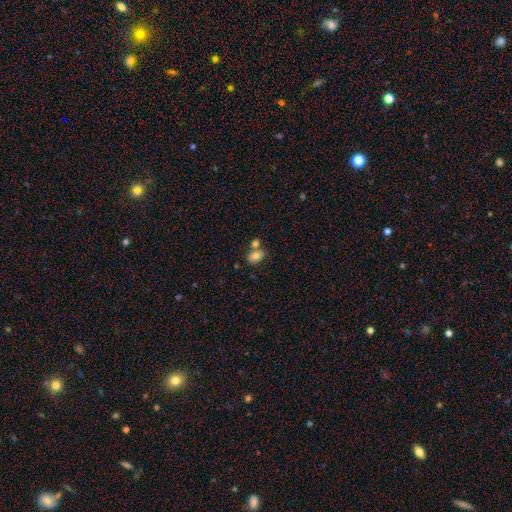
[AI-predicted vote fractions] Smooth or featured: smooth — 76% (featured or disk — 14%)
How rounded: in between — 59% (round — 40%)
Merging: none — 51% (merger — 34%)